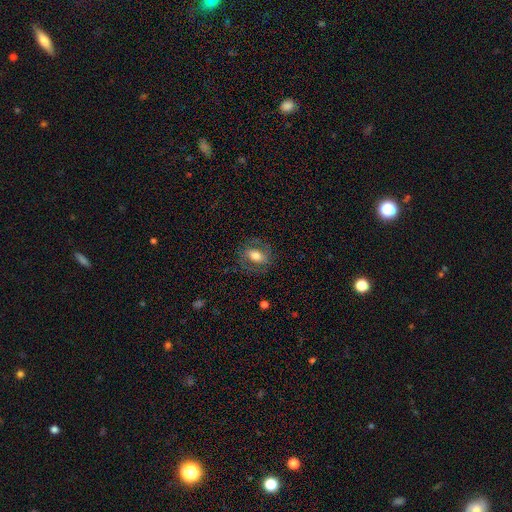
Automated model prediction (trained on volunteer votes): A smooth galaxy with no disk features (54%) that is in between round and cigar-shaped (77%).

Vote fractions:
- Smooth or featured? smooth: 54% / featured or disk: 38% / star or artifact: 8%
- How rounded? in between: 77% / round: 19% / cigar-shaped: 4%
- Merging? none: 75% / minor disturbance: 15% / major disturbance: 9% / merger: 1%